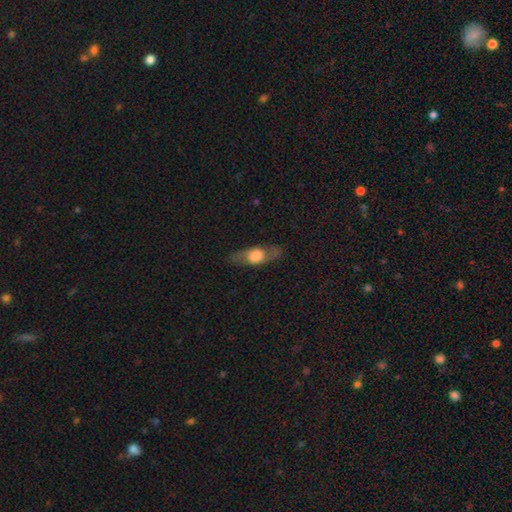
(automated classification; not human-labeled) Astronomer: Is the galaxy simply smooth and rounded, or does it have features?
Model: featured or disk — 47% (runner-up: smooth, 46%).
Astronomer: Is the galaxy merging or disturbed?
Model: none — 78%.